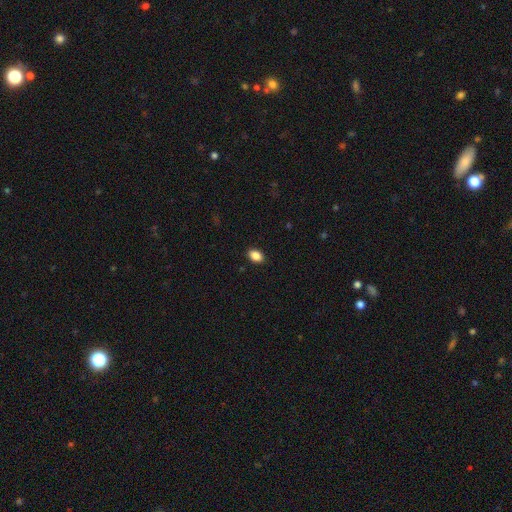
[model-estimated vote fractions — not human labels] A smooth galaxy with no disk features (88%) that is in between round and cigar-shaped (81%). Merging: none (90%).